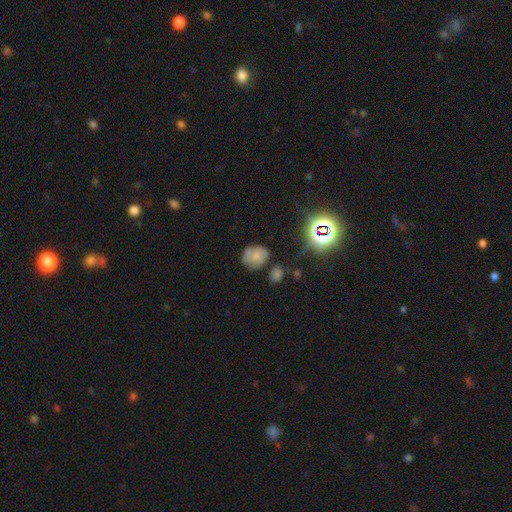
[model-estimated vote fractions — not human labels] Morphology: type=smooth (57%); roundness=round (57%); merging=none (55%).